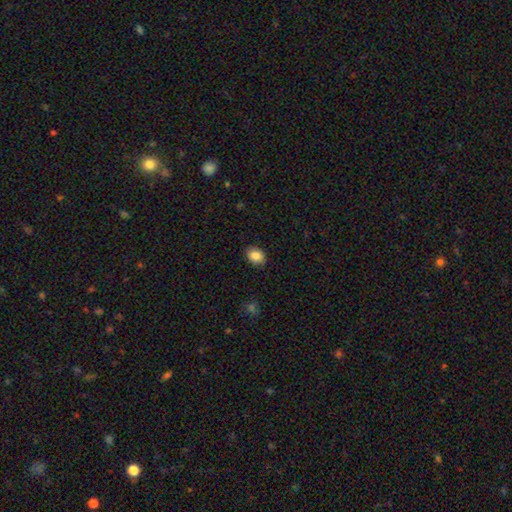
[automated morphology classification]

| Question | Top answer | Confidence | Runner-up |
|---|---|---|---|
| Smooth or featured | smooth | 87% | star or artifact (8%) |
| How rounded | in between | 68% | round (31%) |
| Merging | none | 87% | minor disturbance (9%) |